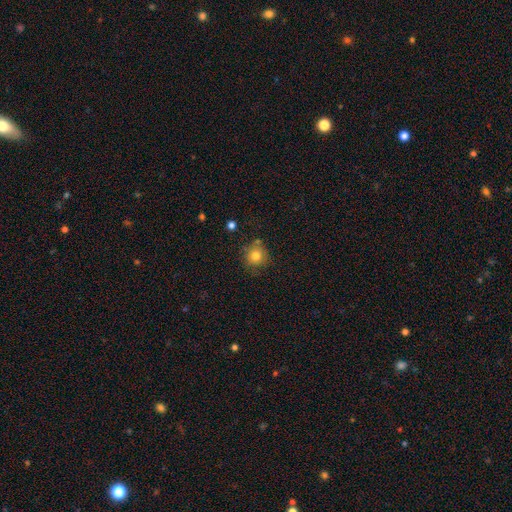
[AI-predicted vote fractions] Smooth or featured? smooth (80%)
How rounded? round (91%)
Merging? none (77%)